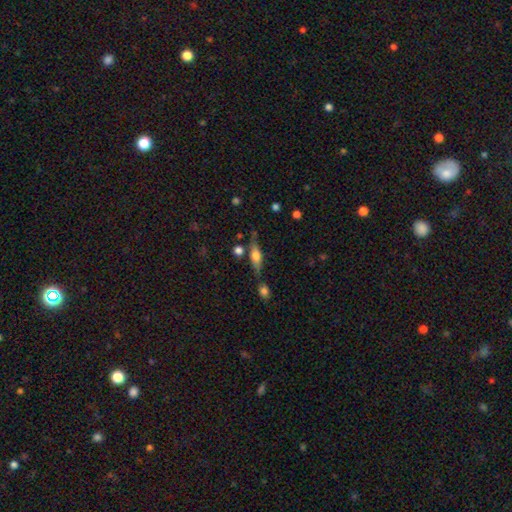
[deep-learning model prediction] Morphology: type=featured or disk (50%); edge-on=yes (90%); merging=none (67%).